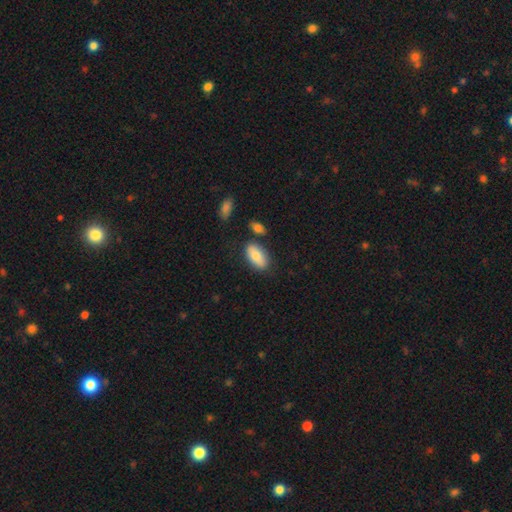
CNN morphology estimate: A smooth galaxy with no disk features (77%) that is in between round and cigar-shaped (91%).

Vote fractions:
- Smooth or featured? smooth: 77% / featured or disk: 17% / star or artifact: 6%
- How rounded? in between: 91% / cigar-shaped: 5% / round: 3%
- Merging? none: 77% / minor disturbance: 14% / merger: 7% / major disturbance: 3%